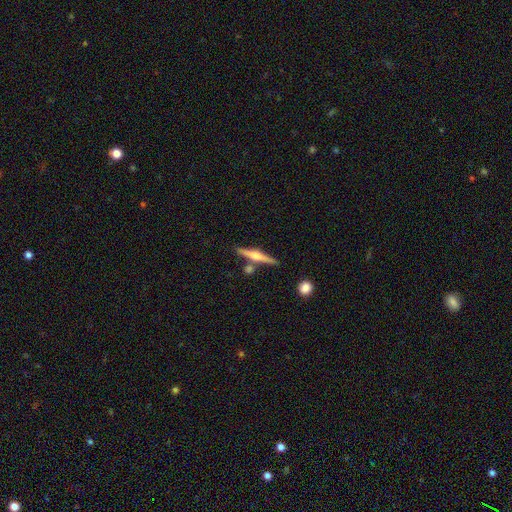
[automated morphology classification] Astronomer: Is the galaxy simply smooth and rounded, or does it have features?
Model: featured or disk — 69%.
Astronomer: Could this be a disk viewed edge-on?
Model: yes — 98%.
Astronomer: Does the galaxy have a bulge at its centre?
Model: rounded — 85%.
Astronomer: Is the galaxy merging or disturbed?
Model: none — 81%.